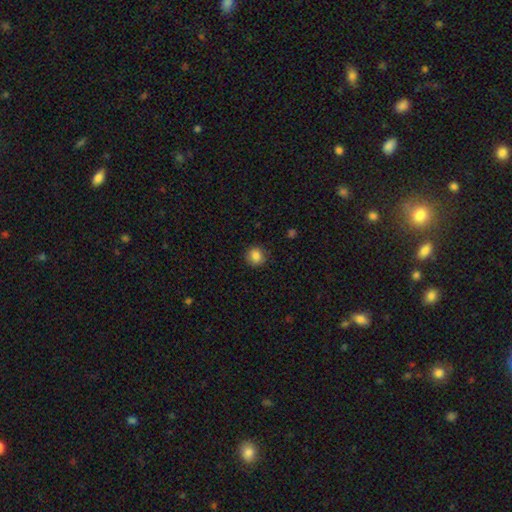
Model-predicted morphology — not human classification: Smooth or featured?
  - smooth: 86% *
  - star or artifact: 10%
  - featured or disk: 5%
How rounded?
  - round: 88% *
  - in between: 11%
  - cigar-shaped: 1%
Merging?
  - none: 87% *
  - minor disturbance: 10%
  - major disturbance: 2%
  - merger: 1%